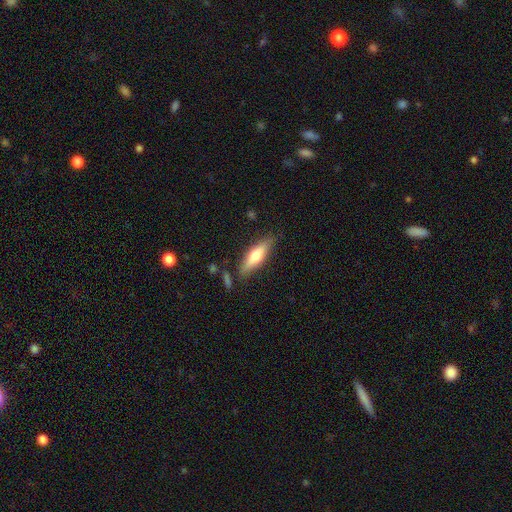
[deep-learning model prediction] Overall: smooth (57%; featured or disk 37%). How rounded: cigar-shaped (59%; in between 39%). Merging: none (80%).